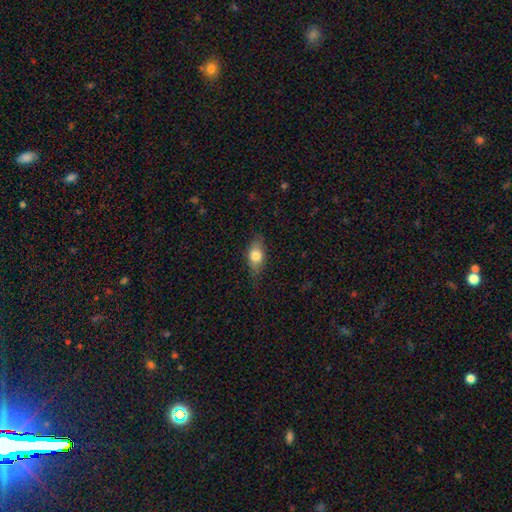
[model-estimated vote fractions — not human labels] This is likely a smooth galaxy (72%). How rounded: clearly in between (81%). Merging: likely none (75%).